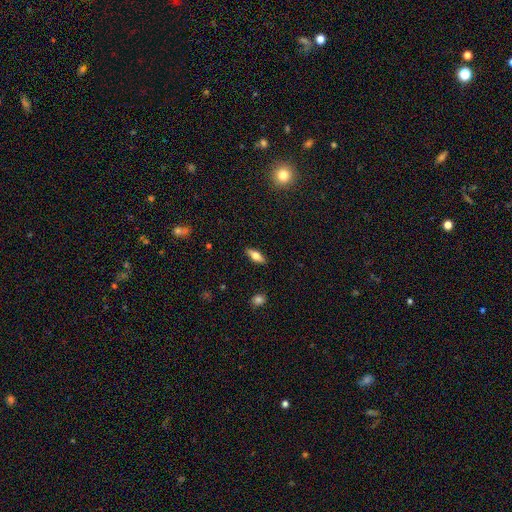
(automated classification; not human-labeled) Q: Smooth or featured?
A: smooth (61%); runner-up: featured or disk (32%)
Q: How rounded?
A: in between (62%); runner-up: cigar-shaped (35%)
Q: Merging?
A: none (89%); runner-up: minor disturbance (8%)